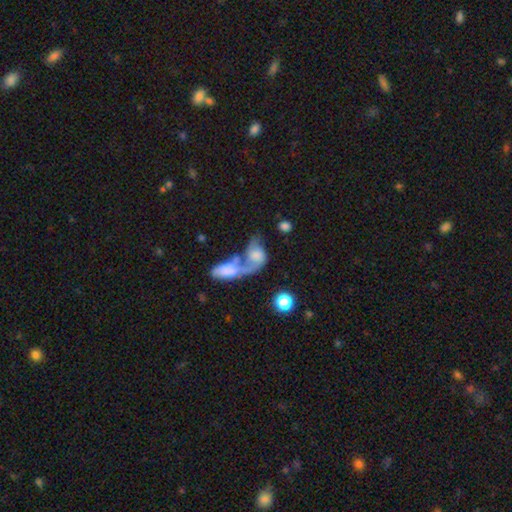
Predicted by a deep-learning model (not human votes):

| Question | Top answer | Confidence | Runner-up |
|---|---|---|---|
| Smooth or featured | featured or disk | 48% | smooth (43%) |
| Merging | merger | 68% | major disturbance (15%) |